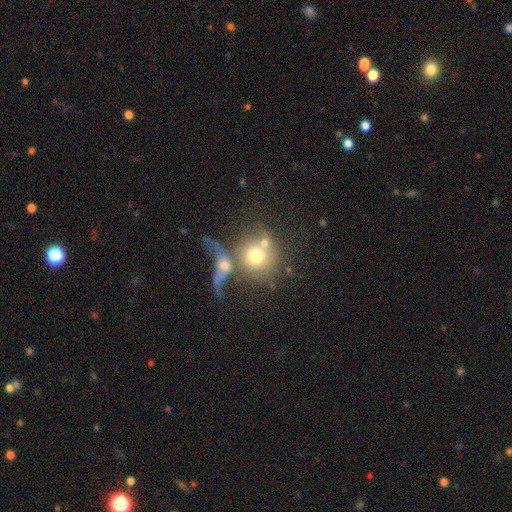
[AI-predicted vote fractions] smooth_or_featured: smooth (p=0.59) [alt: featured or disk p=0.30]
how_rounded: round (p=0.85) [alt: in between p=0.13]
merging: merger (p=0.55) [alt: none p=0.22]